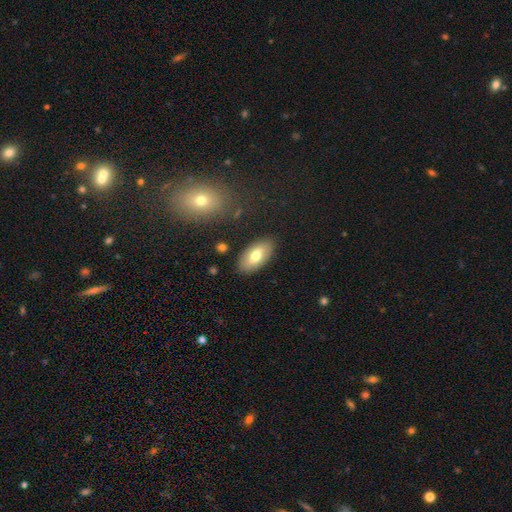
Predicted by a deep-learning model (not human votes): smooth_or_featured: smooth (p=0.67) [alt: featured or disk p=0.26]
how_rounded: in between (p=0.93) [alt: cigar-shaped p=0.05]
merging: none (p=0.85) [alt: minor disturbance p=0.10]